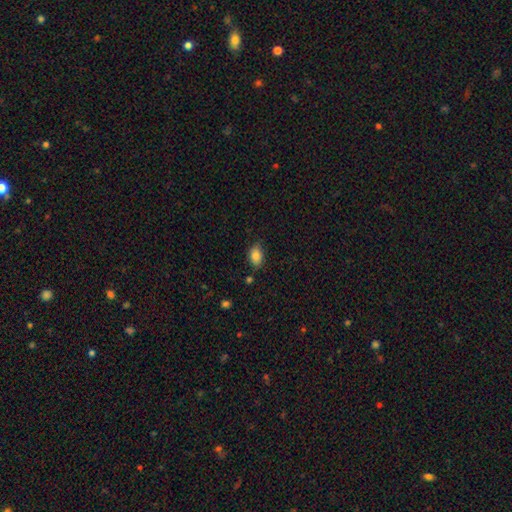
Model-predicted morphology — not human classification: A smooth galaxy with no disk features (85%) that is in between round and cigar-shaped (82%). Merging: none (75%).